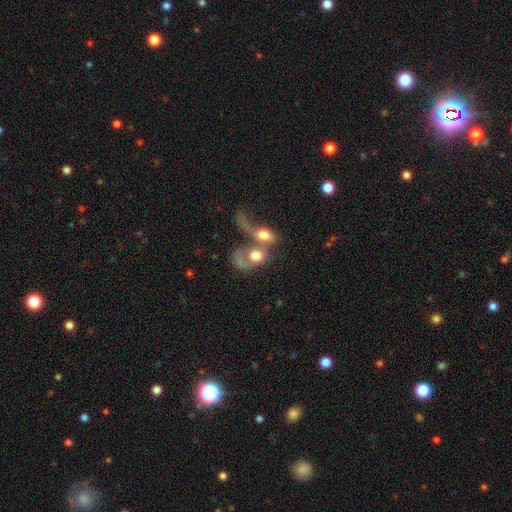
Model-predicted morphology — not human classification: type=smooth (56%); roundness=in between (64%); merging=merger (73%).